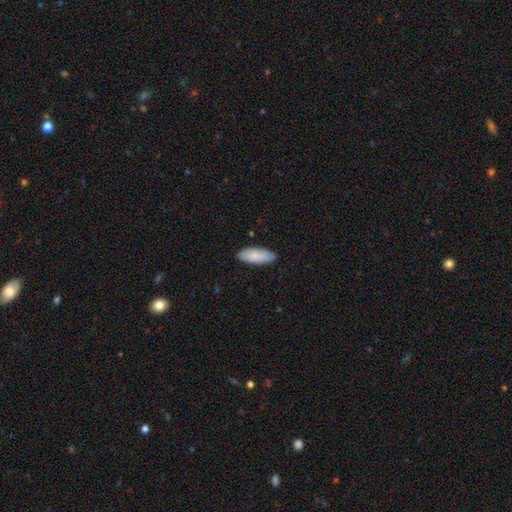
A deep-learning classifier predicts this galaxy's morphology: Smooth or featured: smooth — 84% (featured or disk — 11%)
How rounded: in between — 78% (cigar-shaped — 20%)
Merging: none — 87% (minor disturbance — 10%)